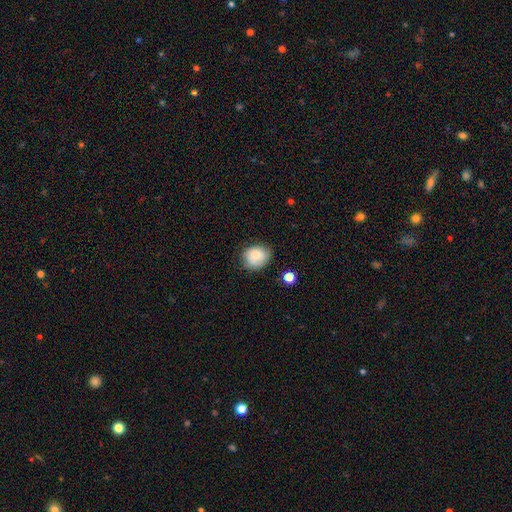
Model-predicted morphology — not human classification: The model was most divided on "how rounded": round: 65%, in between: 34%, cigar-shaped: 1%. More confident: smooth or featured — smooth (80%); merging — none (72%).